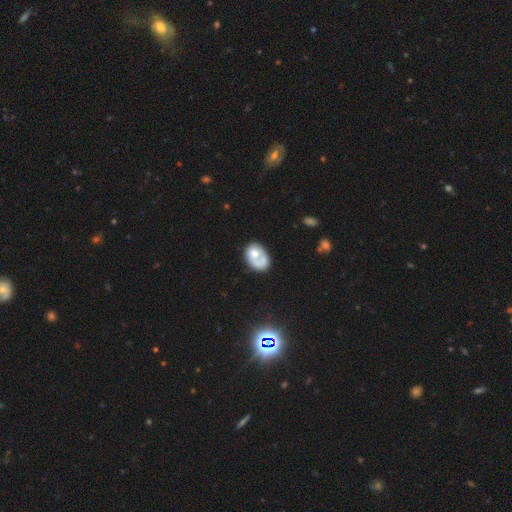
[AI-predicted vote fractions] smooth-or-featured: smooth: 54% | featured or disk: 38% | star or artifact: 7%
  how-rounded: in between: 73% | round: 26% | cigar-shaped: 1%
  merging: none: 41% | minor disturbance: 21% | major disturbance: 20% | merger: 18%